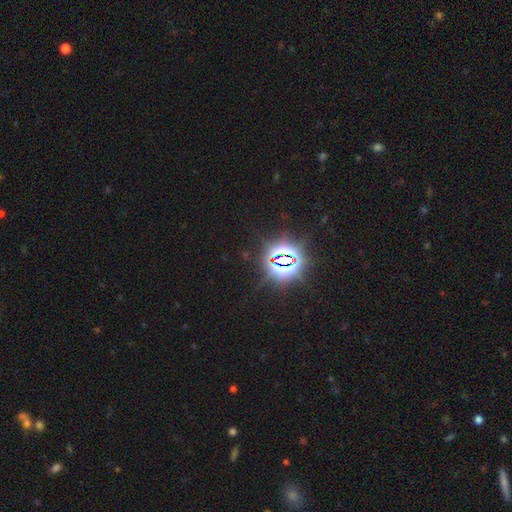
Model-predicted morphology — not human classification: star or artifact 84%, smooth 10%, featured or disk 6%.